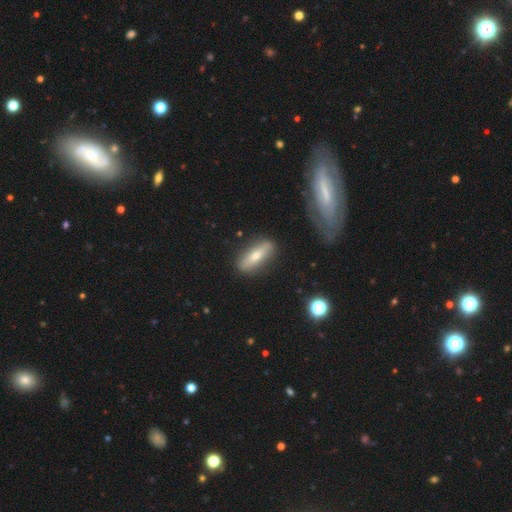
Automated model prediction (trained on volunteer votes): Q: Smooth or featured?
A: smooth (59%); runner-up: featured or disk (34%)
Q: How rounded?
A: in between (48%); tied with: cigar-shaped (48%)
Q: Merging?
A: none (85%); runner-up: minor disturbance (10%)